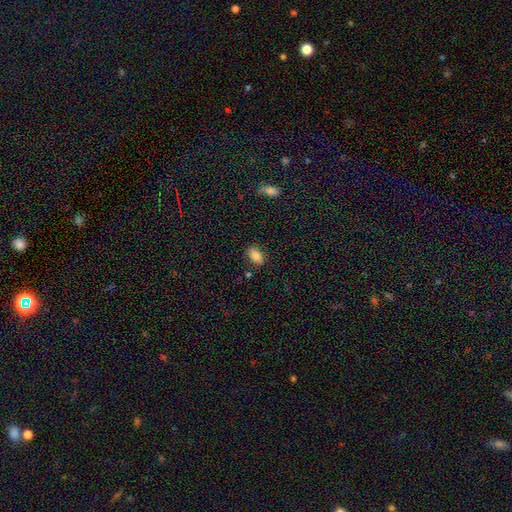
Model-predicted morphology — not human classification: Q: Smooth or featured?
A: smooth (85%); runner-up: star or artifact (9%)
Q: How rounded?
A: in between (89%); runner-up: round (8%)
Q: Merging?
A: none (82%); runner-up: minor disturbance (12%)